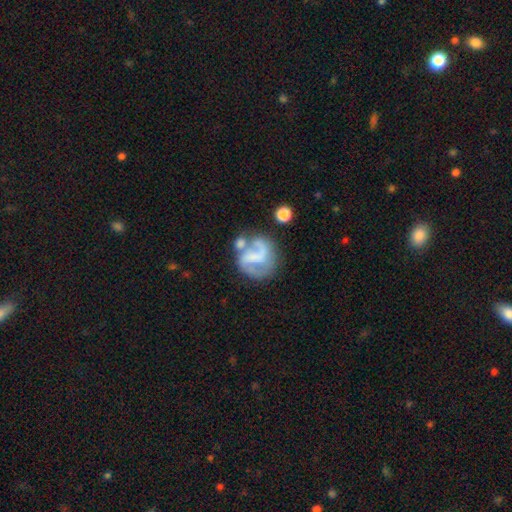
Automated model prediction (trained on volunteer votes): A featured or disk galaxy (76%) with a weak bar (39%), 2 (80%) medium (46%) spiral arms (88%) and no central bulge (52%). Merging: none (48%).